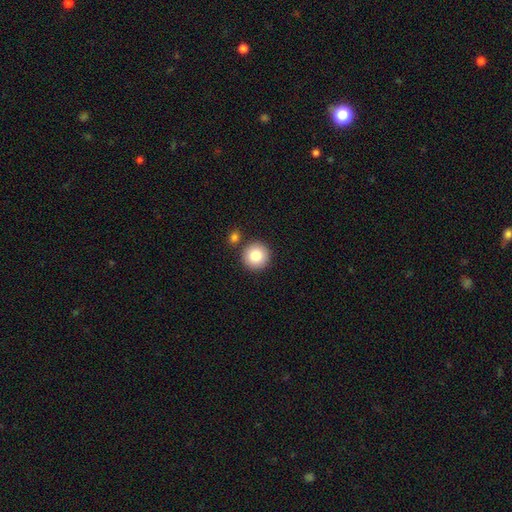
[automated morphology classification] Smooth or featured?
  - smooth: 87% *
  - star or artifact: 8%
  - featured or disk: 6%
How rounded?
  - round: 95% *
  - in between: 4%
  - cigar-shaped: 1%
Merging?
  - none: 83% *
  - merger: 8%
  - minor disturbance: 7%
  - major disturbance: 2%